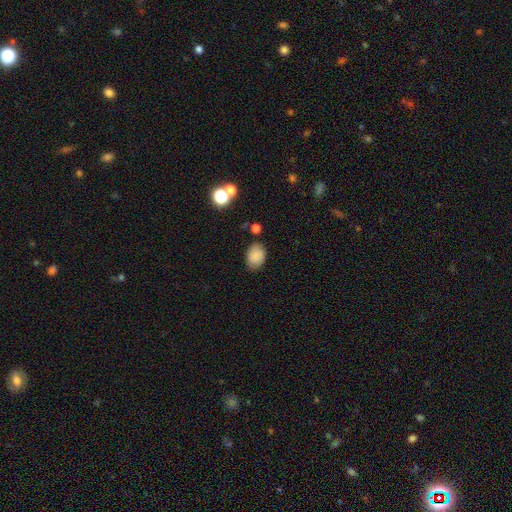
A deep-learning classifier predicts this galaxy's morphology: Smooth or featured? smooth (84%)
How rounded? in between (73%)
Merging? none (76%)